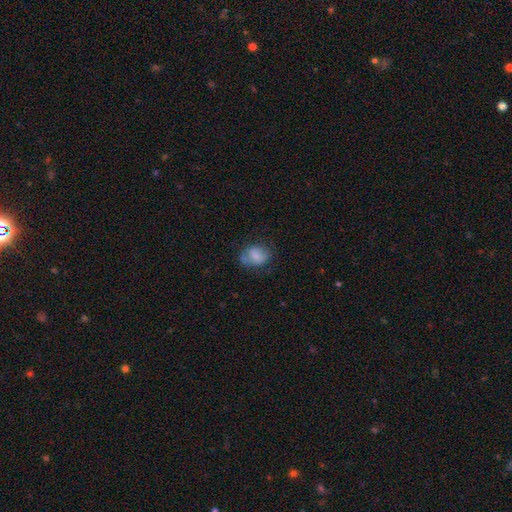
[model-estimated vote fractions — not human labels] The model was most divided on "how rounded": in between: 61%, round: 38%, cigar-shaped: 1%. More confident: smooth or featured — smooth (76%); merging — none (53%).